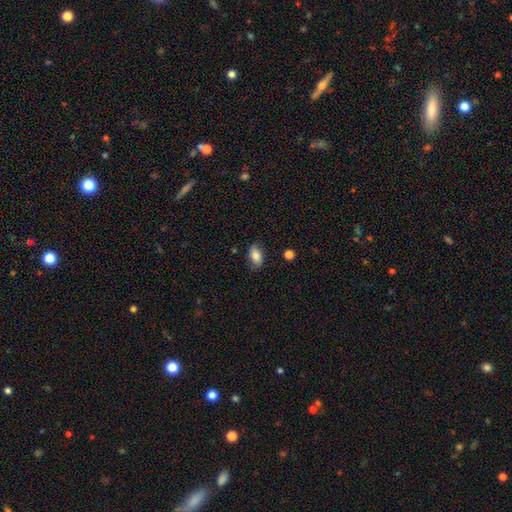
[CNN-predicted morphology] Smooth or featured: smooth — 84% (featured or disk — 8%)
How rounded: in between — 89% (round — 7%)
Merging: none — 82% (minor disturbance — 14%)